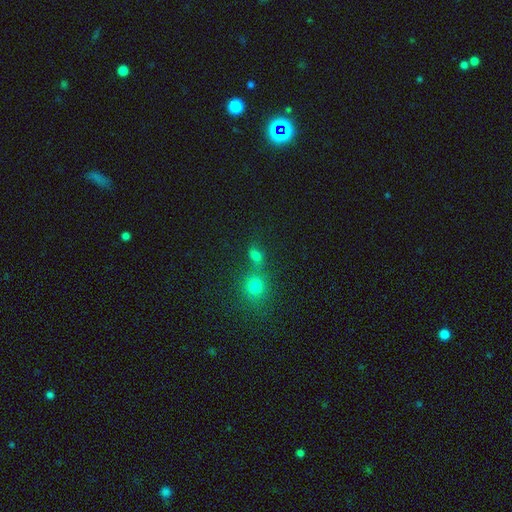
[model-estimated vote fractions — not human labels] A smooth galaxy with no disk features (69%) that is round (51%). Merging: none (43%).